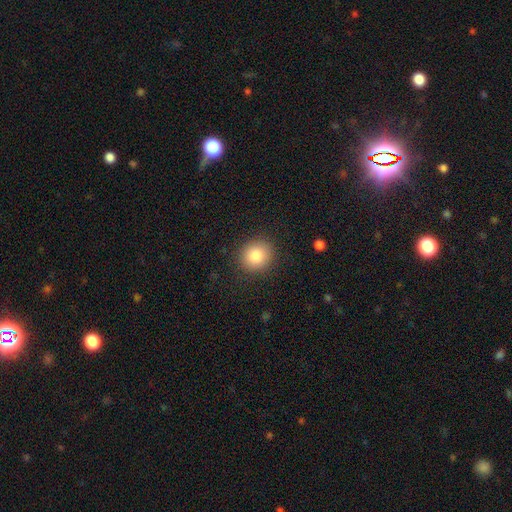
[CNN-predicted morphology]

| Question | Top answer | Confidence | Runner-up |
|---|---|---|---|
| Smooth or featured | smooth | 86% | star or artifact (9%) |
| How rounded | round | 84% | in between (15%) |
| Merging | none | 89% | minor disturbance (7%) |